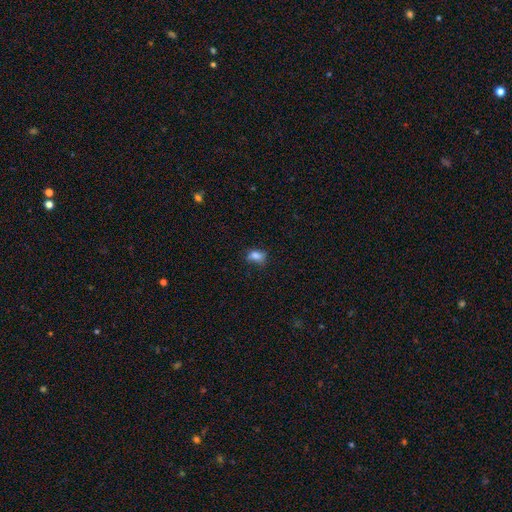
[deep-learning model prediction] A smooth galaxy with no disk features (80%) that is in between round and cigar-shaped (77%). Merging: none (54%).